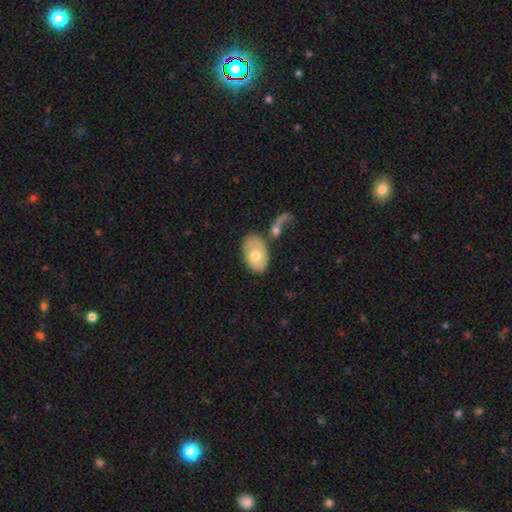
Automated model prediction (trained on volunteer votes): A smooth galaxy with no disk features (60%) that is in between round and cigar-shaped (88%).

Vote fractions:
- Smooth or featured? smooth: 60% / featured or disk: 34% / star or artifact: 5%
- How rounded? in between: 88% / round: 10% / cigar-shaped: 1%
- Merging? none: 54% / merger: 21% / minor disturbance: 17% / major disturbance: 8%